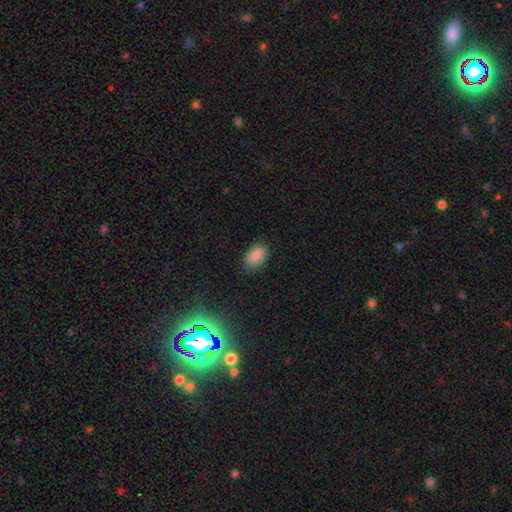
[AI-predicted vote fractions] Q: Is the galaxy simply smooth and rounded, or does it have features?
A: smooth — 83%.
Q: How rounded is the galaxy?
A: in between — 85%.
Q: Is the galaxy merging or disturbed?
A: none — 81%.